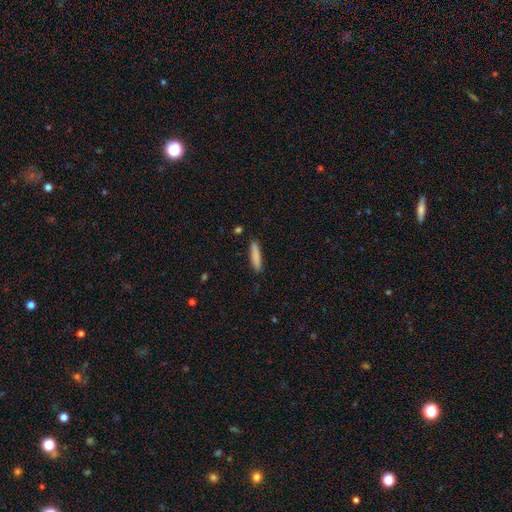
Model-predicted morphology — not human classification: smooth-or-featured: smooth: 84% | featured or disk: 10% | star or artifact: 6%
  how-rounded: cigar-shaped: 86% | in between: 12% | round: 1%
  merging: none: 88% | minor disturbance: 9% | major disturbance: 2% | merger: 2%